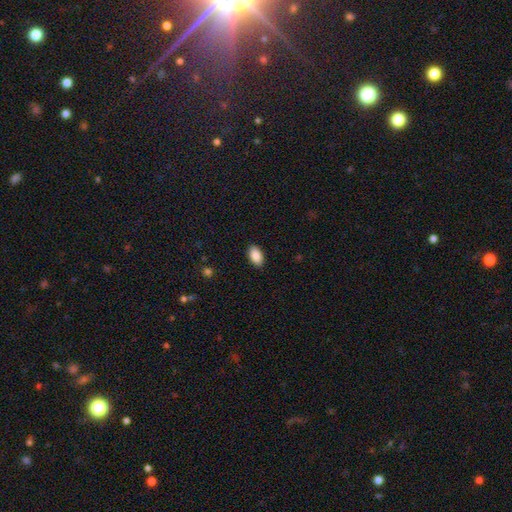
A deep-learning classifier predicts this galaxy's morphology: A smooth galaxy with no disk features (89%) that is in between round and cigar-shaped (94%). Merging: none (89%).